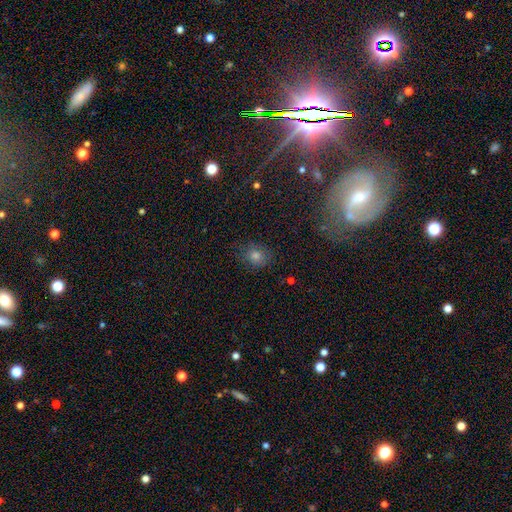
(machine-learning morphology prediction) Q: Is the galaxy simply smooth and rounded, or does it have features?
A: smooth — 62%.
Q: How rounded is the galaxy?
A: round — 64%.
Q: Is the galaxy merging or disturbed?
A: none — 81%.